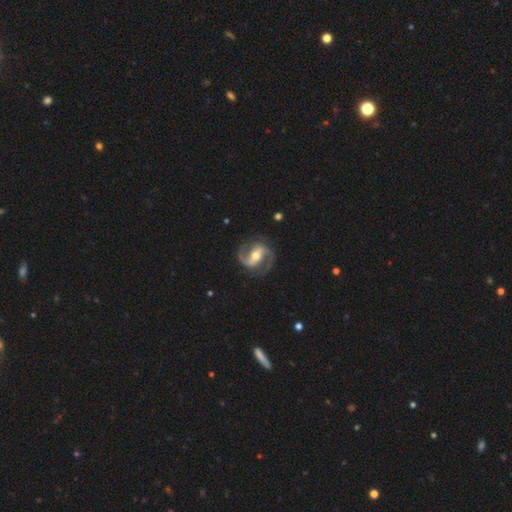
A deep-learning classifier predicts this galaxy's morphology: smooth-or-featured: featured or disk: 92% | smooth: 4% | star or artifact: 4%
  disk-edge-on: no: 98% | yes: 2%
    bar: strong: 47% | weak: 36% | no: 17%
    has-spiral-arms: yes: 98% | no: 2%
      spiral-winding: medium: 60% | tight: 20% | loose: 20%
      spiral-arm-count: 2: 94% | can't tell: 2% | 1: 1% | 3: 1% | 4: 1% | more than 4: 1%
    bulge-size: moderate: 71% | small: 21% | large: 6% | none: 1% | dominant: 1%
  merging: none: 84% | minor disturbance: 10% | major disturbance: 4% | merger: 1%